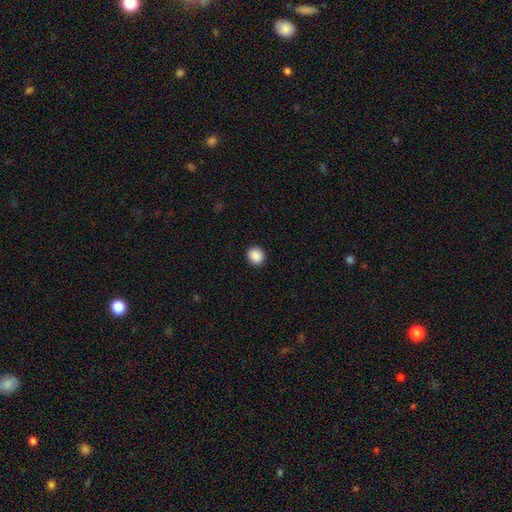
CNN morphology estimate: smooth-or-featured: smooth: 90% | star or artifact: 8% | featured or disk: 2%
  how-rounded: round: 84% | in between: 15% | cigar-shaped: 1%
  merging: none: 92% | minor disturbance: 5% | major disturbance: 2% | merger: 1%